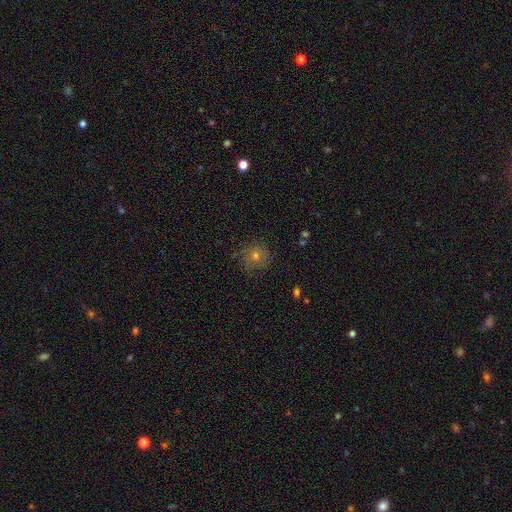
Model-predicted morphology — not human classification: Q: Smooth or featured?
A: smooth (47%); runner-up: featured or disk (32%)
Q: Merging?
A: none (75%); runner-up: minor disturbance (16%)